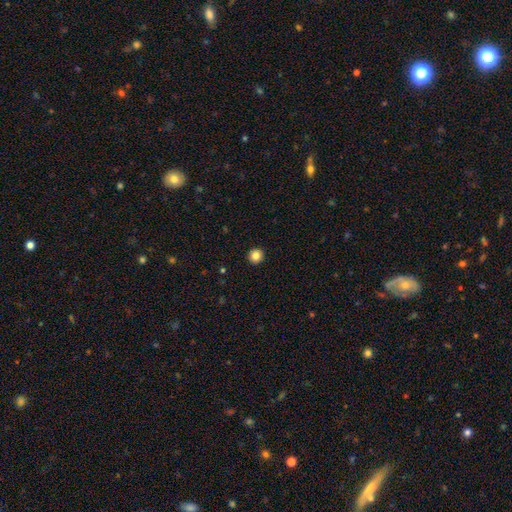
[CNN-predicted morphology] type=smooth (84%); roundness=round (94%); merging=none (94%).